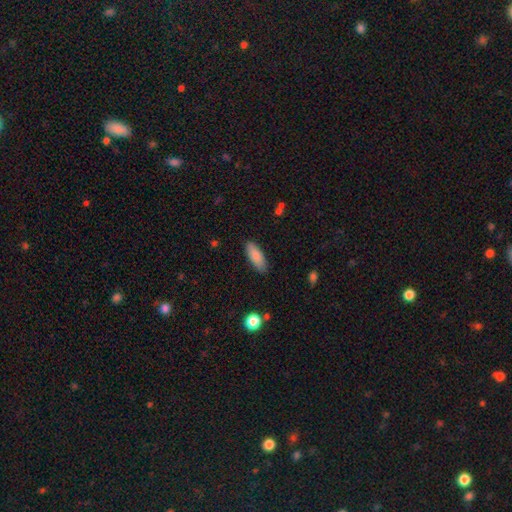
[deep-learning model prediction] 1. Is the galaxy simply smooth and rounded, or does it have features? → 87% smooth, 7% featured or disk, 6% star or artifact.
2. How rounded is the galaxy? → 70% in between, 28% cigar-shaped, 2% round.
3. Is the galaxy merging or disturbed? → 86% none, 10% minor disturbance, 2% major disturbance, 1% merger.